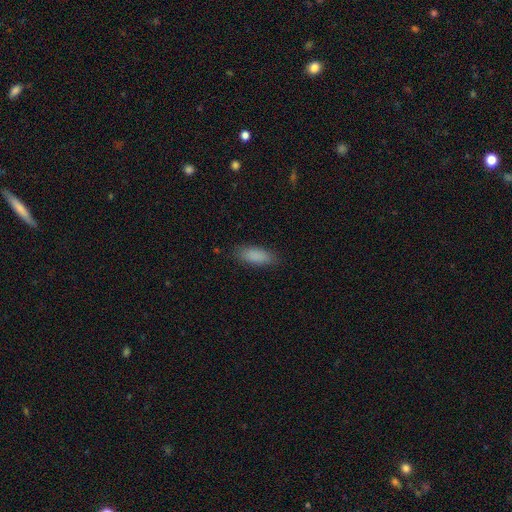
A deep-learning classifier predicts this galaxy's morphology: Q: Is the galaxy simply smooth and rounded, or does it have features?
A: smooth — 87%.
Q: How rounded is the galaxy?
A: in between — 73%.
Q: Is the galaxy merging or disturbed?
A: none — 84%.